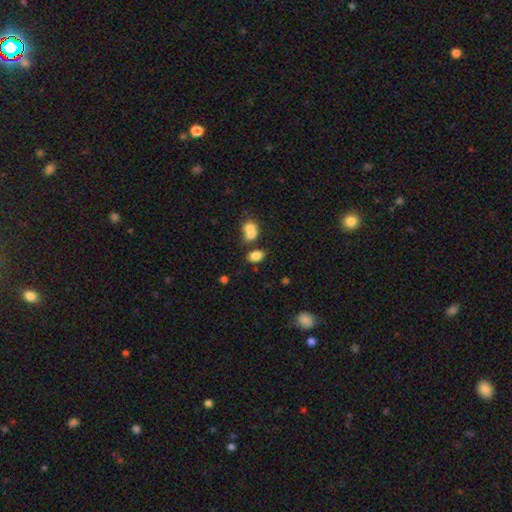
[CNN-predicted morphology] Overall: smooth (82%). How rounded: in between (82%). Merging: none (54%; merger 30%).